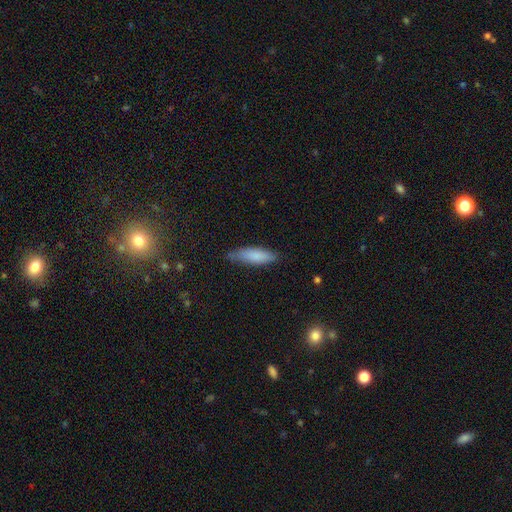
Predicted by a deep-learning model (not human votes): Morphology: type=smooth (82%); roundness=cigar-shaped (59%); merging=none (74%).